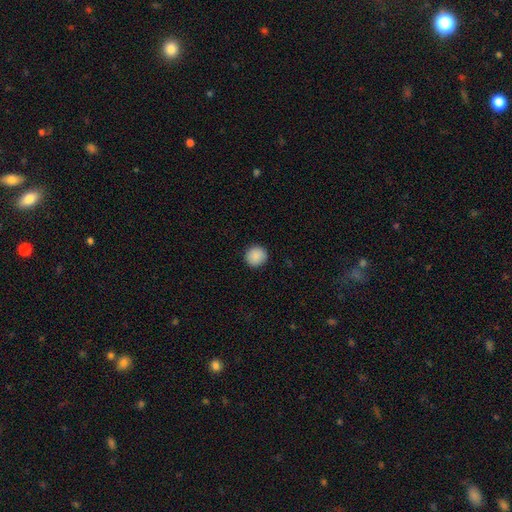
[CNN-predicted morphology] smooth 90%, star or artifact 8%, featured or disk 3%. Down the decision tree: how rounded — round (93%); merging — none (92%).